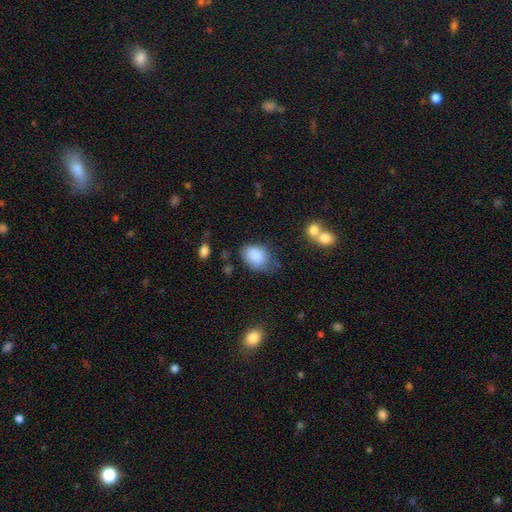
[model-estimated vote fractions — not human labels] Smooth or featured: smooth — 85% (star or artifact — 8%)
How rounded: in between — 75% (round — 24%)
Merging: none — 50% (minor disturbance — 34%)